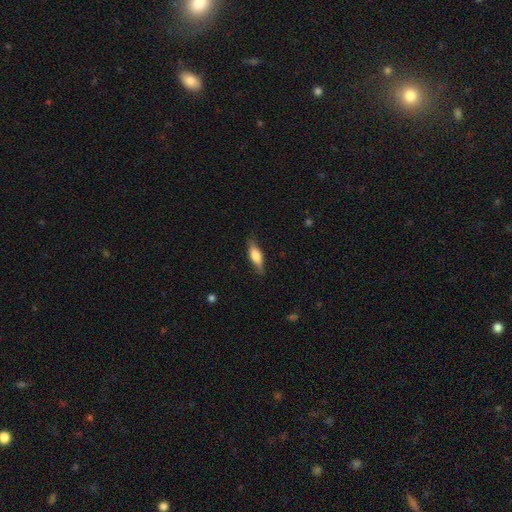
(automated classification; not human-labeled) Smooth or featured?
  - smooth: 62% *
  - featured or disk: 32%
  - star or artifact: 6%
How rounded?
  - in between: 53% *
  - cigar-shaped: 44%
  - round: 3%
Merging?
  - none: 79% *
  - minor disturbance: 16%
  - major disturbance: 3%
  - merger: 1%